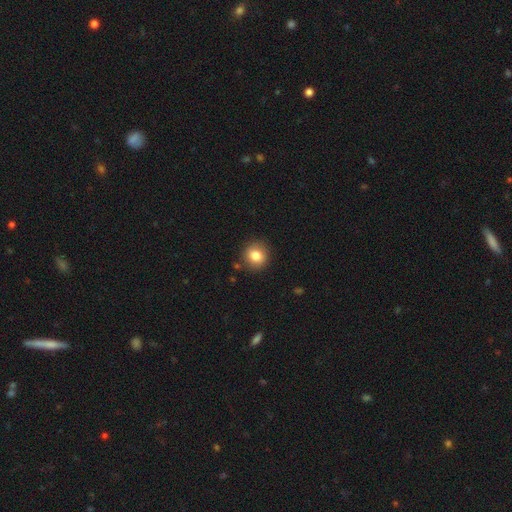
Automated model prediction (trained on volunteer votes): This is clearly a smooth galaxy (82%). How rounded: clearly round (86%). Merging: clearly none (88%).